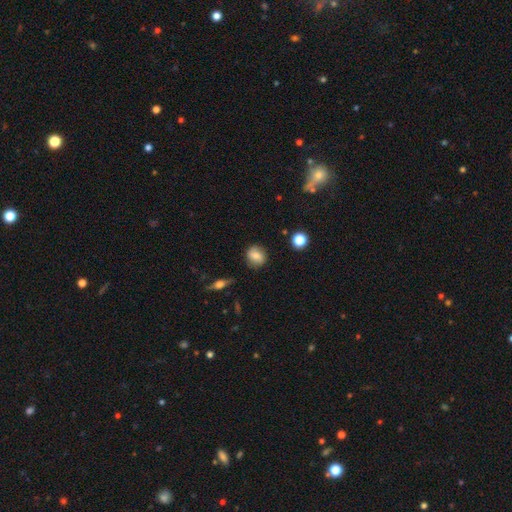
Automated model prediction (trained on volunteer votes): The model was most divided on "how rounded": round: 73%, in between: 25%, cigar-shaped: 2%. More confident: merging — none (82%); smooth or featured — smooth (71%).